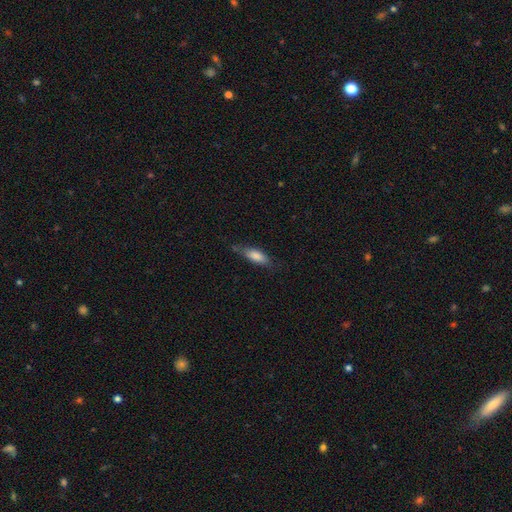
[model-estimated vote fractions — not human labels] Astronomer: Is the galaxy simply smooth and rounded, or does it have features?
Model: smooth — 79%.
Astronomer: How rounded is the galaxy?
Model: in between — 64%.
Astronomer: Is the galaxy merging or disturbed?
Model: none — 63%.